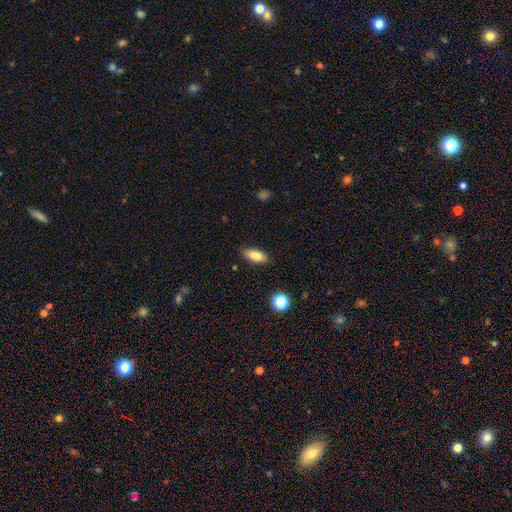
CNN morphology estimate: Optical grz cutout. It shows a smooth galaxy with no disk features (82%) that is in between round and cigar-shaped (83%). Merging: none (86%).